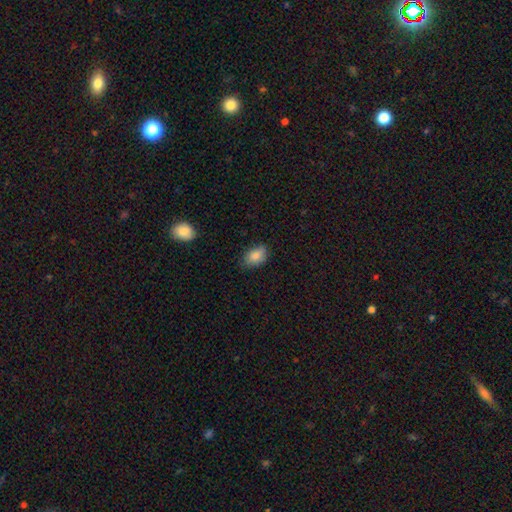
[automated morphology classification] type=smooth (86%); roundness=in between (87%); merging=none (73%).